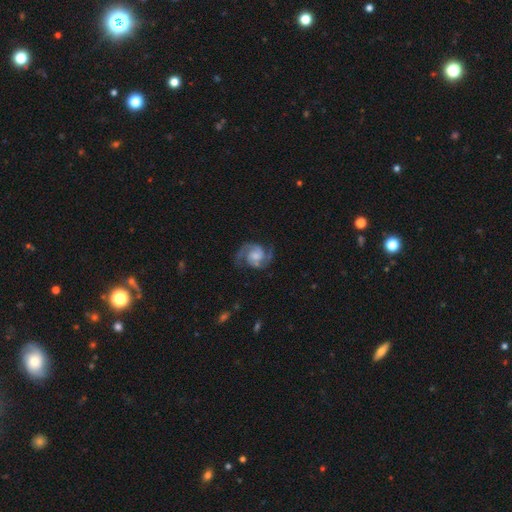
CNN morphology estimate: featured or disk 90%, smooth 6%, star or artifact 5%. Down the decision tree: edge-on disk — no (98%); bar — no (62%); spiral arms — yes (98%); spiral arm count — 2 (91%); spiral winding — medium (55%); bulge size — moderate (33%); merging — none (77%).